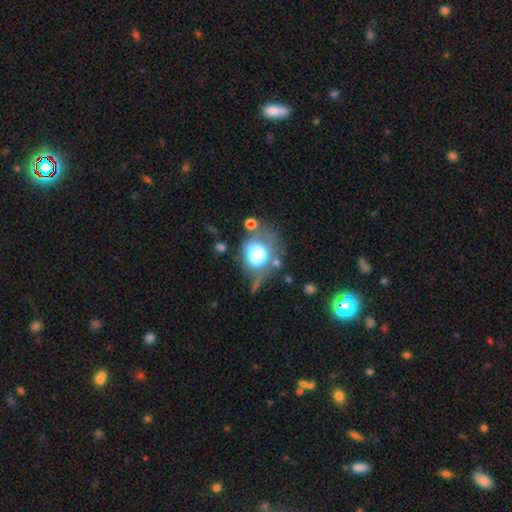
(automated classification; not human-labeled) Smooth or featured? smooth (64%)
How rounded? round (70%)
Merging? none (42%)